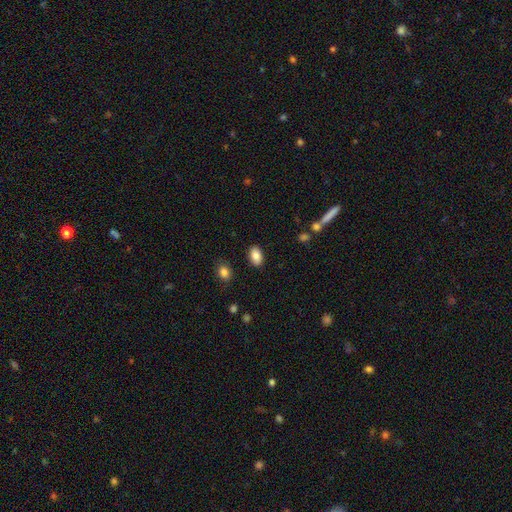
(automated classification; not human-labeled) Smooth or featured?
  - smooth: 85% *
  - star or artifact: 8%
  - featured or disk: 7%
How rounded?
  - in between: 92% *
  - round: 7%
  - cigar-shaped: 2%
Merging?
  - none: 88% *
  - minor disturbance: 9%
  - major disturbance: 2%
  - merger: 2%